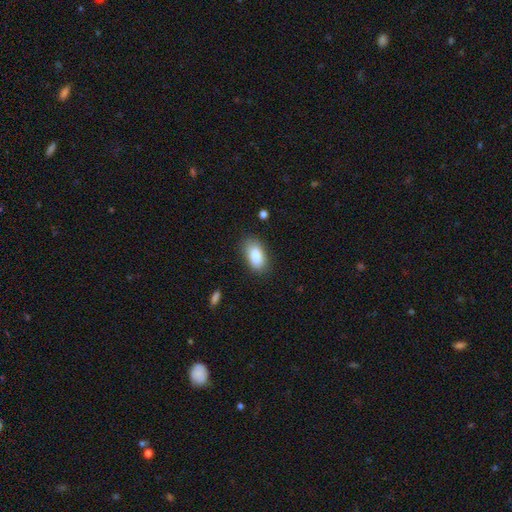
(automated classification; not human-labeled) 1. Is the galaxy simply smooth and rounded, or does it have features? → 85% smooth, 8% featured or disk, 7% star or artifact.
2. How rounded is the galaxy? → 92% in between, 4% round, 3% cigar-shaped.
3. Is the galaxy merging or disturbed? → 82% none, 13% minor disturbance, 3% major disturbance, 1% merger.